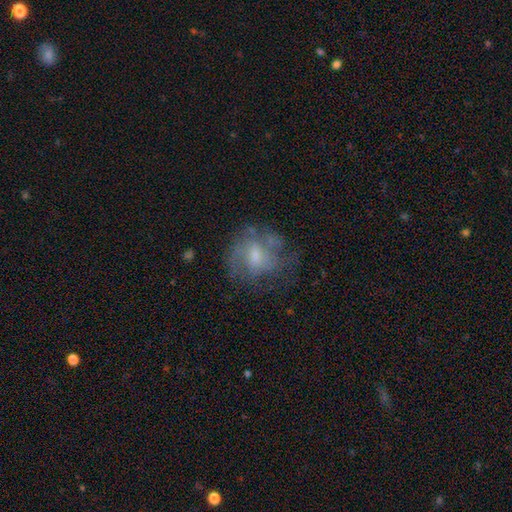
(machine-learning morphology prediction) smooth_or_featured: featured or disk (p=0.54) [alt: smooth p=0.36]
disk_edge_on: no (p=0.97) [alt: yes p=0.03]
bar: no (p=0.48) [alt: weak p=0.44]
has_spiral_arms: yes (p=0.54) [alt: no p=0.46]
bulge_size: moderate (p=0.40) [alt: small p=0.39]
merging: none (p=0.51) [alt: major disturbance p=0.23]